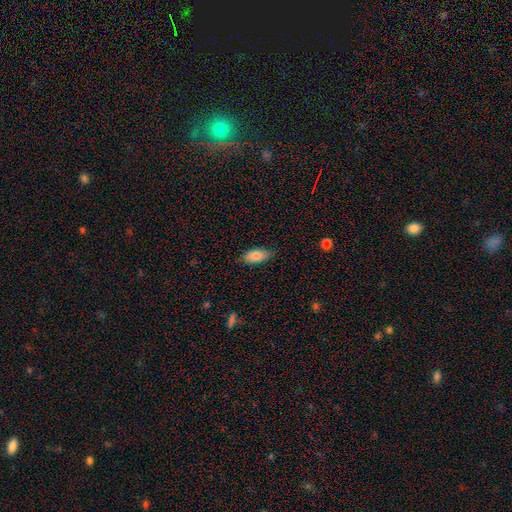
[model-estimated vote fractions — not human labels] Smooth or featured?
  - smooth: 84% *
  - featured or disk: 9%
  - star or artifact: 7%
How rounded?
  - in between: 87% *
  - cigar-shaped: 11%
  - round: 2%
Merging?
  - none: 77% *
  - minor disturbance: 19%
  - major disturbance: 3%
  - merger: 1%